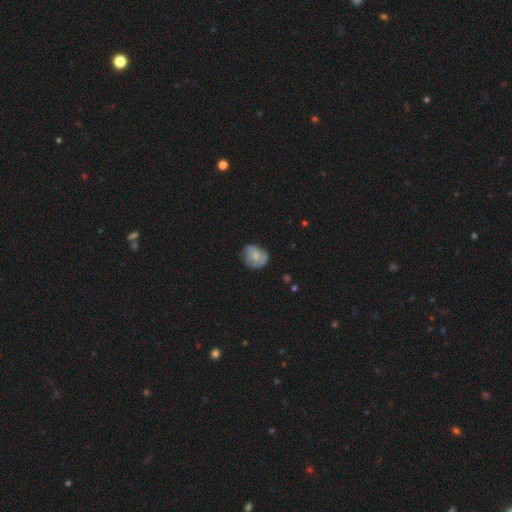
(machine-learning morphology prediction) Smooth or featured?
  - smooth: 54% *
  - featured or disk: 39%
  - star or artifact: 8%
How rounded?
  - round: 62% *
  - in between: 37%
  - cigar-shaped: 1%
Merging?
  - none: 62% *
  - minor disturbance: 27%
  - major disturbance: 9%
  - merger: 2%